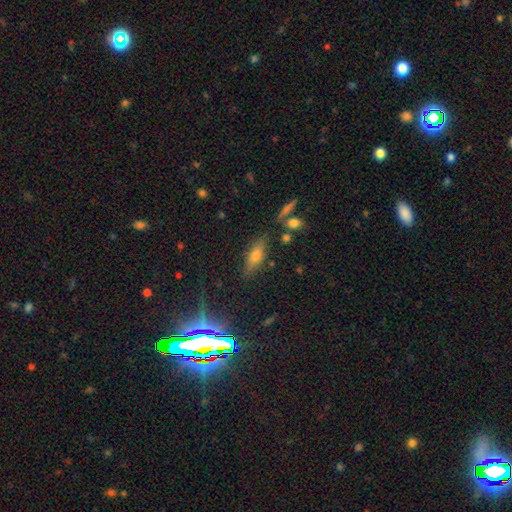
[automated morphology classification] This is possibly a smooth galaxy (59%). How rounded: likely in between (63%). Merging: likely none (78%).